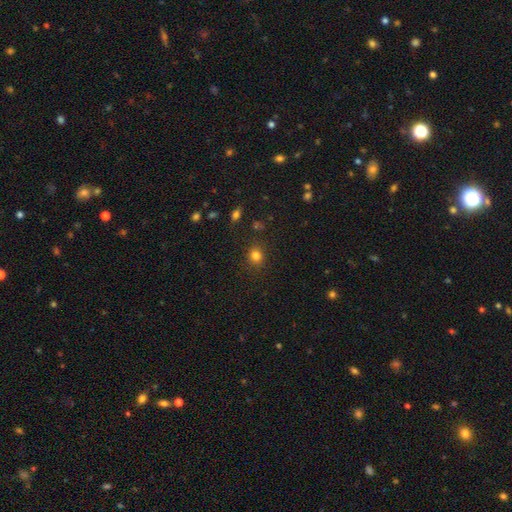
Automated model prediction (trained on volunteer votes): A smooth galaxy with no disk features (81%) that is round (77%). Merging: none (85%).